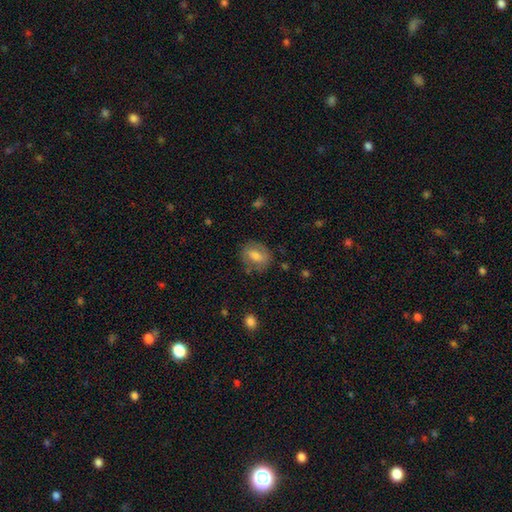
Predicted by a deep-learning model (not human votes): smooth-or-featured: smooth: 65% | featured or disk: 28% | star or artifact: 8%
  how-rounded: in between: 58% | round: 40% | cigar-shaped: 2%
  merging: none: 74% | minor disturbance: 18% | major disturbance: 6% | merger: 2%